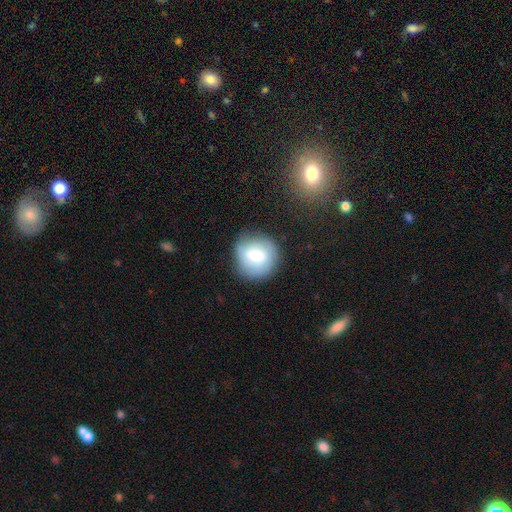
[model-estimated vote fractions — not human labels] Smooth or featured?
  - smooth: 54% *
  - featured or disk: 37%
  - star or artifact: 8%
How rounded?
  - round: 86% *
  - in between: 13%
  - cigar-shaped: 1%
Merging?
  - none: 73% *
  - minor disturbance: 18%
  - major disturbance: 7%
  - merger: 2%